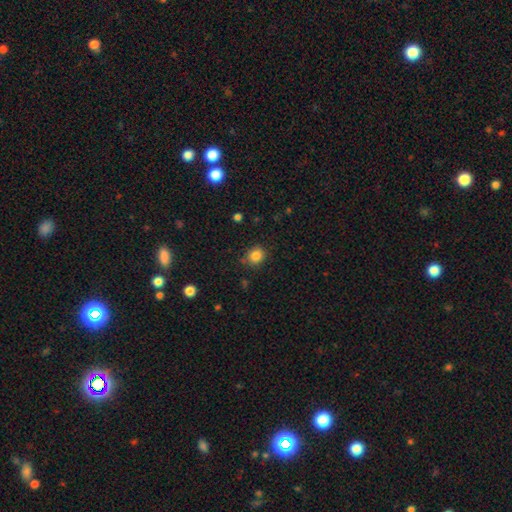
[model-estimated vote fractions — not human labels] The model was most divided on "how rounded": round: 78%, in between: 21%, cigar-shaped: 1%. More confident: smooth or featured — smooth (84%); merging — none (82%).